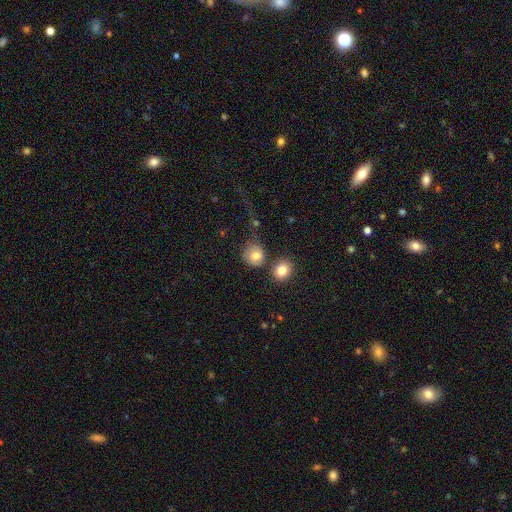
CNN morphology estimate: Q: Smooth or featured?
A: smooth (79%); runner-up: featured or disk (11%)
Q: How rounded?
A: round (83%); runner-up: in between (16%)
Q: Merging?
A: none (60%); runner-up: minor disturbance (16%)